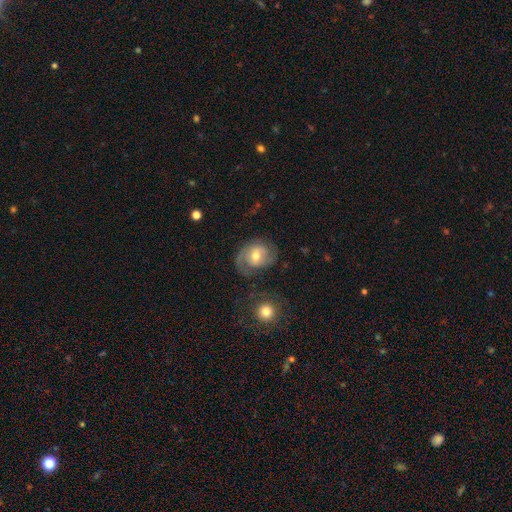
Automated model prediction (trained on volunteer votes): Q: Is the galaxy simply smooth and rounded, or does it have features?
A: featured or disk — 66%.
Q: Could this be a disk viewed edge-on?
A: no — 96%.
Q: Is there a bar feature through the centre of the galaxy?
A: no — 47%.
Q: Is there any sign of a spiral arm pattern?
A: yes — 84%.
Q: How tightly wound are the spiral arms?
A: medium — 43%.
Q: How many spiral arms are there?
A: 2 — 61%.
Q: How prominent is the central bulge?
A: moderate — 65%.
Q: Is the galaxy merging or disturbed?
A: none — 57%.